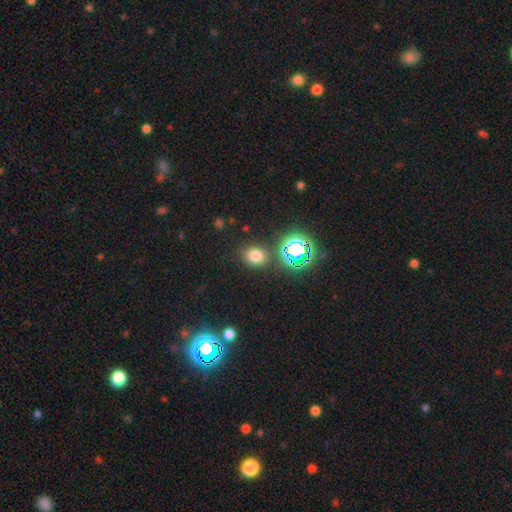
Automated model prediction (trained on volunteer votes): The model was most divided on "how rounded": round: 59%, in between: 40%, cigar-shaped: 1%. More confident: merging — none (82%); smooth or featured — smooth (70%).